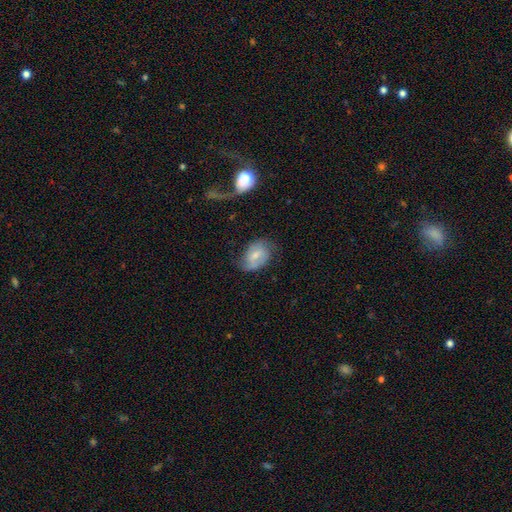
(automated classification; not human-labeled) Overall: featured or disk (51%; smooth 42%). Edge-on disk: no (95%). Merging: none (57%; minor disturbance 27%).